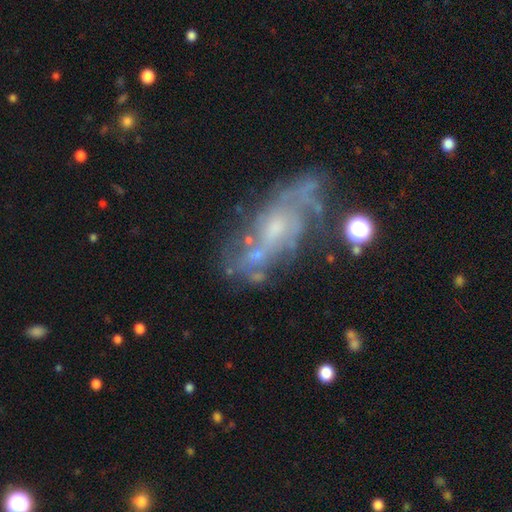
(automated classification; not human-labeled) A featured or disk galaxy (75%) with no bar (62%), medium (42%) spiral arms (78%) and a small central bulge (49%). Merging: none (57%).